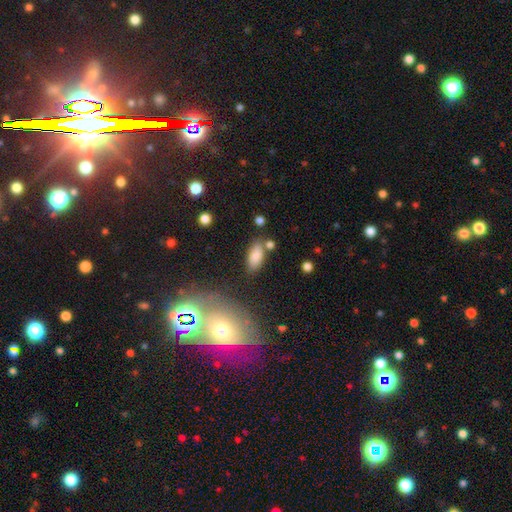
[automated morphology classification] Q: Smooth or featured?
A: smooth (85%); runner-up: star or artifact (8%)
Q: How rounded?
A: in between (89%); runner-up: cigar-shaped (8%)
Q: Merging?
A: none (72%); runner-up: minor disturbance (14%)